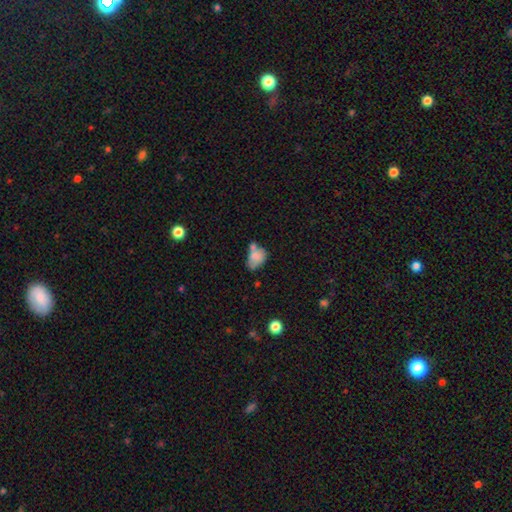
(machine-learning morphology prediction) This appears to be a smooth galaxy with no disk features (71%) that is in between round and cigar-shaped (77%). Merging: merger (37%).